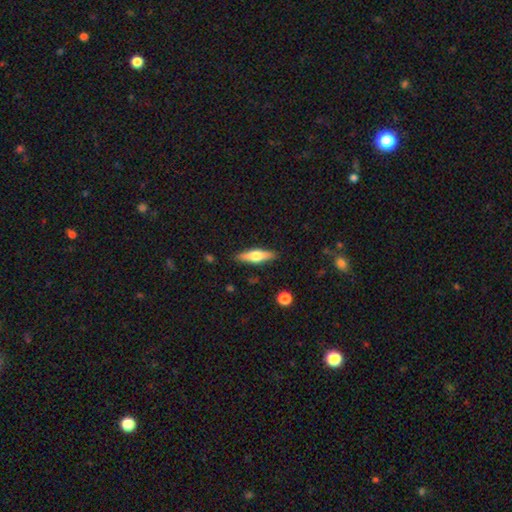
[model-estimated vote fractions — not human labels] This appears to be a featured or disk galaxy (48%). Merging: none (89%).